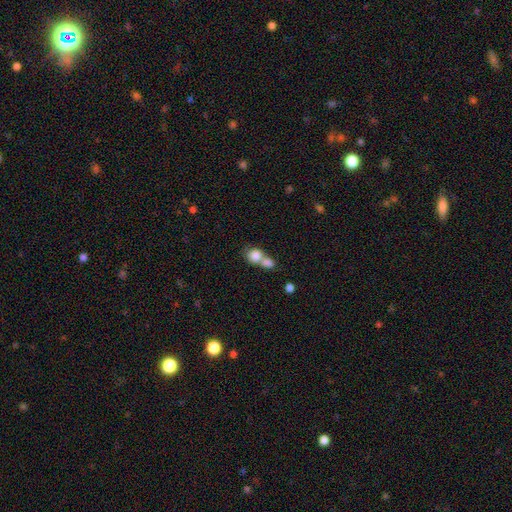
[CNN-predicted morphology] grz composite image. It shows a smooth galaxy with no disk features (81%) that is round (68%). Merging: merger (68%).